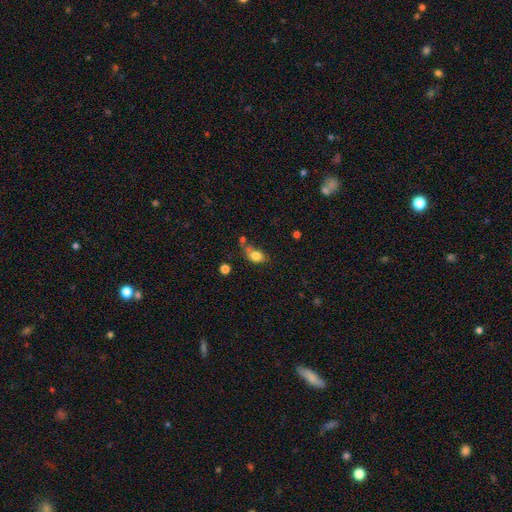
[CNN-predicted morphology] smooth 81%, star or artifact 10%, featured or disk 9%. Down the decision tree: how rounded — in between (68%); merging — none (45%).